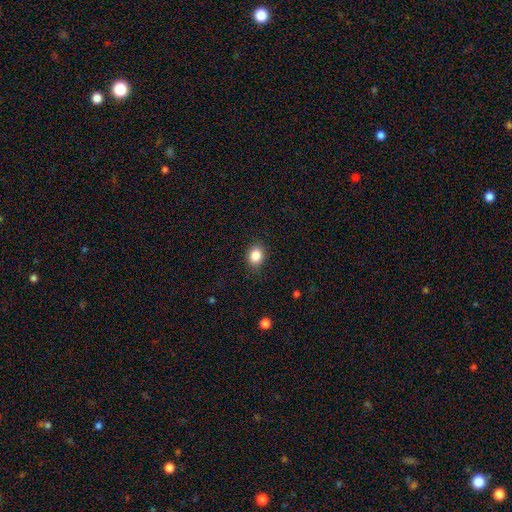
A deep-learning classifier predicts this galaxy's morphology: Q: Smooth or featured?
A: smooth (85%); runner-up: star or artifact (10%)
Q: How rounded?
A: round (53%); runner-up: in between (46%)
Q: Merging?
A: none (87%); runner-up: minor disturbance (10%)